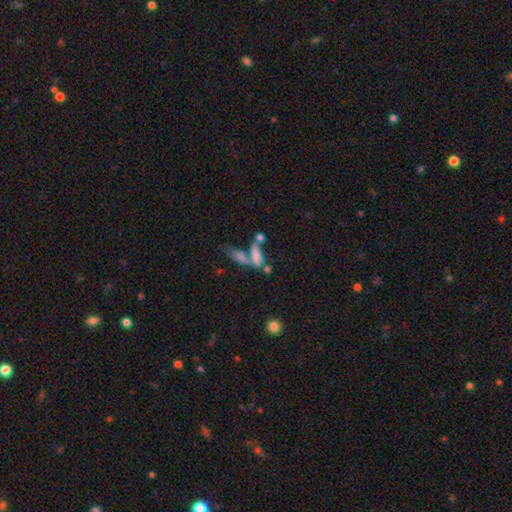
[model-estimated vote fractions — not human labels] Smooth or featured?
  - smooth: 67% *
  - featured or disk: 21%
  - star or artifact: 12%
How rounded?
  - in between: 53% *
  - cigar-shaped: 42%
  - round: 4%
Merging?
  - merger: 53% *
  - none: 27%
  - minor disturbance: 11%
  - major disturbance: 10%